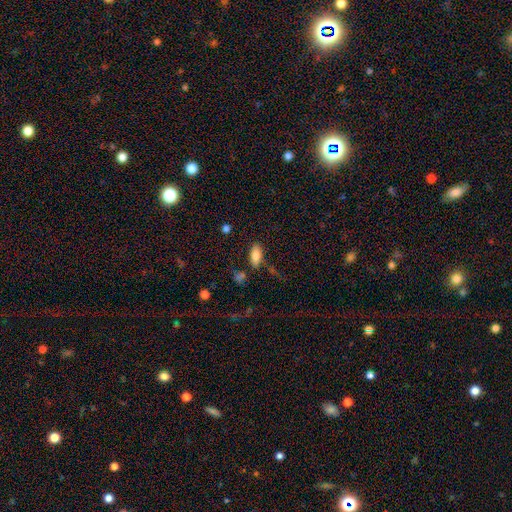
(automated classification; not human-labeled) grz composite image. It shows a smooth galaxy with no disk features (84%) that is in between round and cigar-shaped (87%). Merging: none (76%).